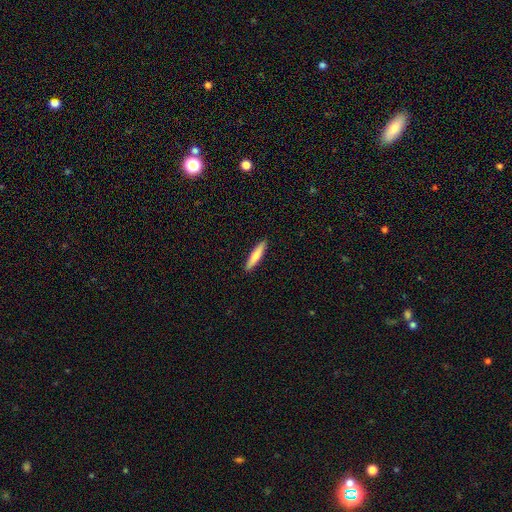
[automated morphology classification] smooth-or-featured: smooth: 76% | featured or disk: 19% | star or artifact: 5%
  how-rounded: cigar-shaped: 85% | in between: 13% | round: 1%
  merging: none: 92% | minor disturbance: 6% | major disturbance: 1% | merger: 1%